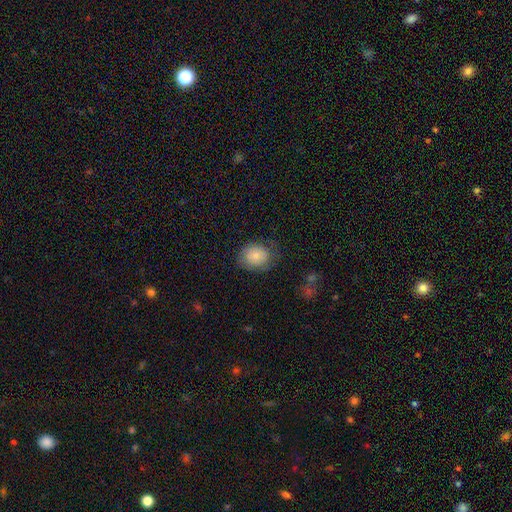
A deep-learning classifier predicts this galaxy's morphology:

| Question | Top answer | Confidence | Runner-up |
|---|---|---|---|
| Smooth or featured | smooth | 79% | featured or disk (14%) |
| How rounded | in between | 51% | round (49%) |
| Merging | none | 61% | minor disturbance (25%) |